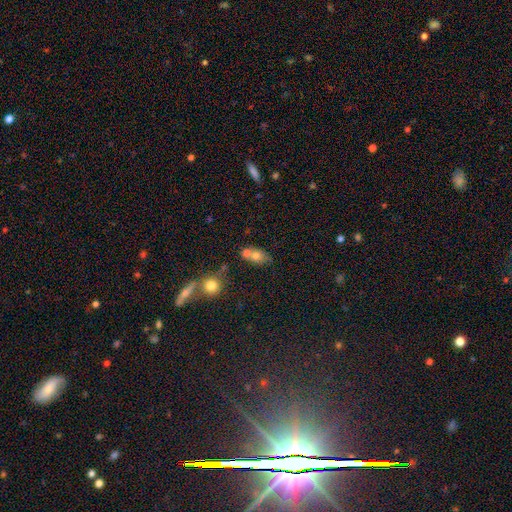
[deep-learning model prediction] Smooth or featured? smooth (71%)
How rounded? in between (64%)
Merging? merger (46%)